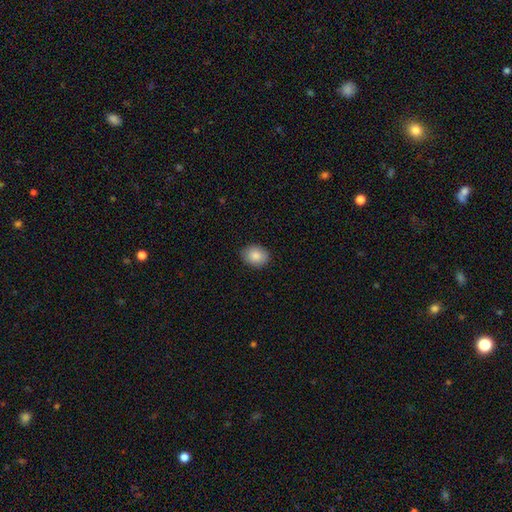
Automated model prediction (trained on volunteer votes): Q: Smooth or featured?
A: smooth (87%); runner-up: star or artifact (8%)
Q: How rounded?
A: in between (58%); runner-up: round (41%)
Q: Merging?
A: none (88%); runner-up: minor disturbance (9%)